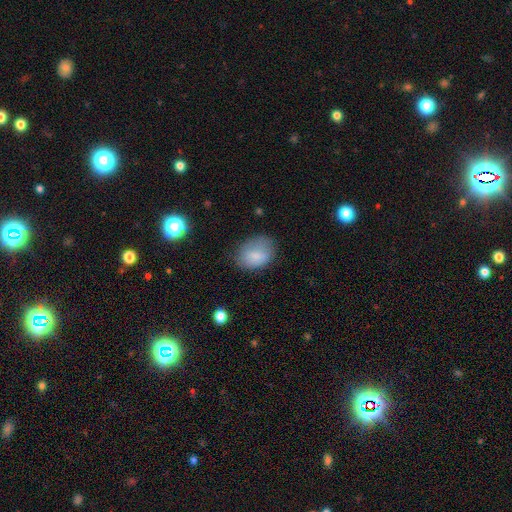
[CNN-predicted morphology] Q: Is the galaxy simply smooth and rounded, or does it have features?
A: smooth — 81%.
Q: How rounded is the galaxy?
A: in between — 71%.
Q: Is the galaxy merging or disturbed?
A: none — 67%.